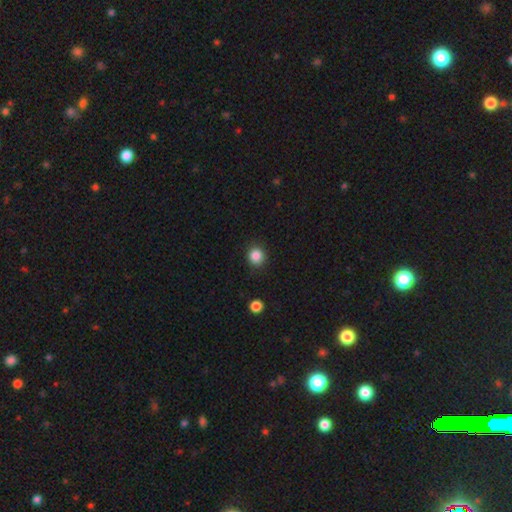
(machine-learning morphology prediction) A smooth galaxy with no disk features (86%) that is round (89%).

Vote fractions:
- Smooth or featured? smooth: 86% / star or artifact: 11% / featured or disk: 3%
- How rounded? round: 89% / in between: 10% / cigar-shaped: 1%
- Merging? none: 90% / minor disturbance: 7% / major disturbance: 2% / merger: 1%